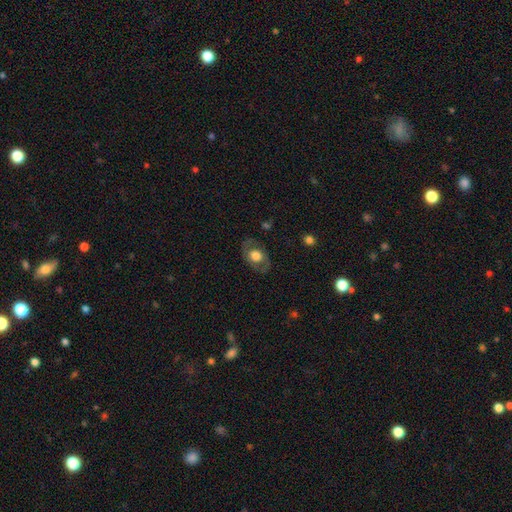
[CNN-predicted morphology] This appears to be a smooth galaxy with no disk features (50%). Merging: none (77%).